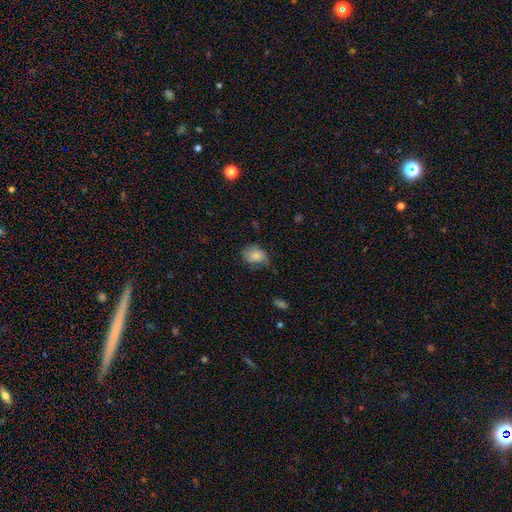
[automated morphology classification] smooth-or-featured: smooth: 79% | featured or disk: 13% | star or artifact: 8%
  how-rounded: in between: 66% | round: 33% | cigar-shaped: 1%
  merging: none: 51% | minor disturbance: 34% | major disturbance: 13% | merger: 2%